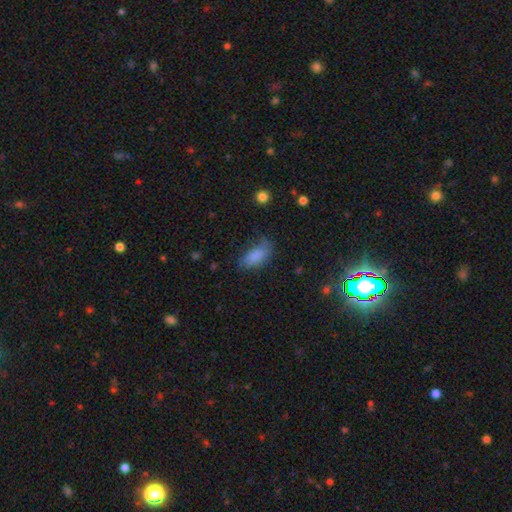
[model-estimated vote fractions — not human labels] This is clearly a smooth galaxy (82%). How rounded: clearly in between (87%). Merging: possibly none (55%).